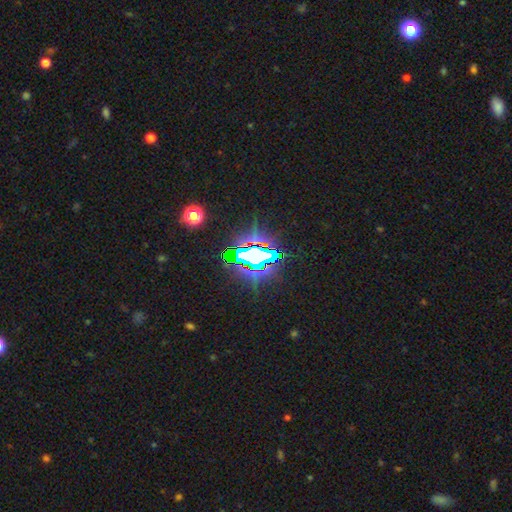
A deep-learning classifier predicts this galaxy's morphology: smooth_or_featured: star or artifact (p=0.74) [alt: smooth p=0.14]